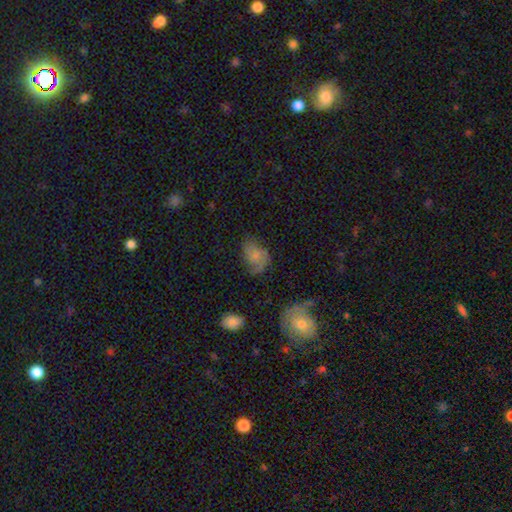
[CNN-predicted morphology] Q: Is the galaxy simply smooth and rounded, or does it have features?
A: smooth — 49%.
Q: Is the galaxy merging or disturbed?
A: none — 43%.